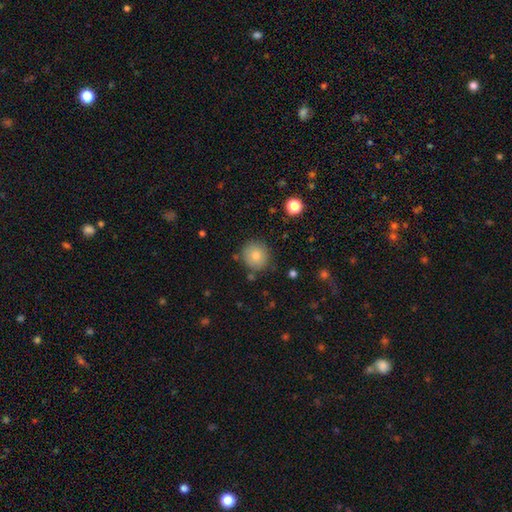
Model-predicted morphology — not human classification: Smooth or featured?
  - smooth: 77% *
  - featured or disk: 12%
  - star or artifact: 11%
How rounded?
  - round: 91% *
  - in between: 8%
  - cigar-shaped: 1%
Merging?
  - none: 84% *
  - minor disturbance: 10%
  - major disturbance: 3%
  - merger: 3%